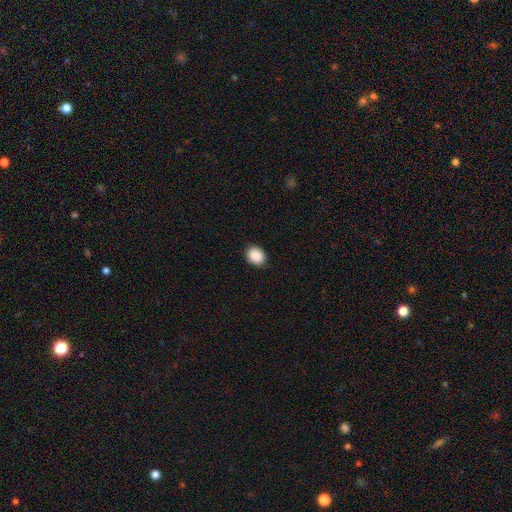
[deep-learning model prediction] Smooth or featured?
  - smooth: 90% *
  - star or artifact: 7%
  - featured or disk: 3%
How rounded?
  - in between: 58% *
  - round: 41%
  - cigar-shaped: 1%
Merging?
  - none: 89% *
  - minor disturbance: 8%
  - major disturbance: 2%
  - merger: 1%